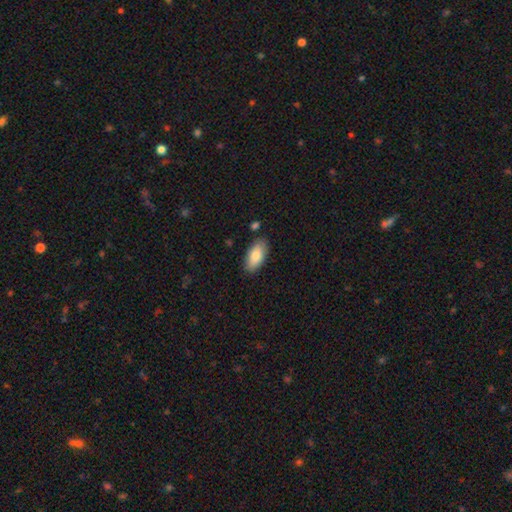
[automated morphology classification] smooth 82%, featured or disk 12%, star or artifact 6%. Down the decision tree: how rounded — in between (92%); merging — none (83%).